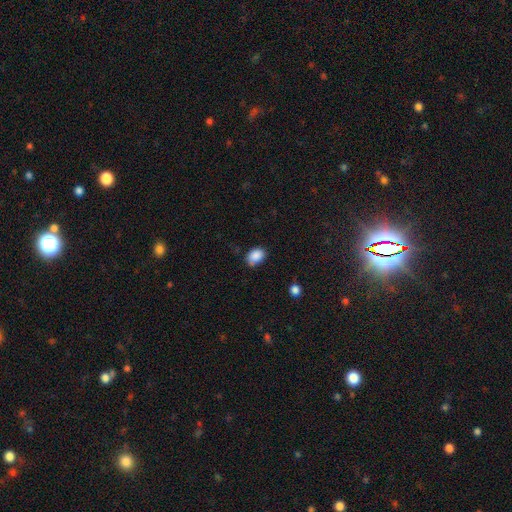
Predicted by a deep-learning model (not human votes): This appears to be a smooth galaxy with no disk features (87%) that is in between round and cigar-shaped (75%). Merging: none (64%).